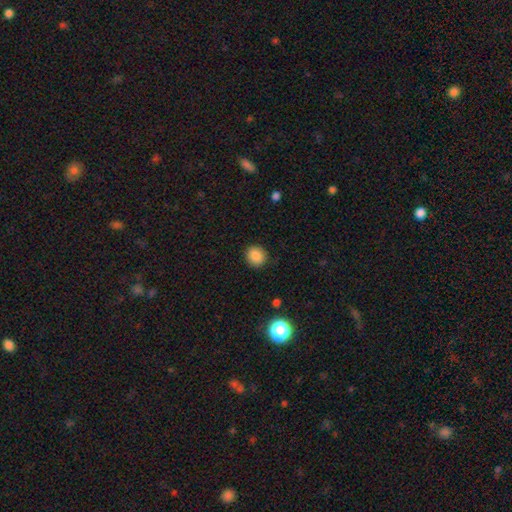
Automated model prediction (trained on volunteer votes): Smooth or featured?
  - smooth: 86% *
  - star or artifact: 10%
  - featured or disk: 4%
How rounded?
  - round: 83% *
  - in between: 16%
  - cigar-shaped: 1%
Merging?
  - none: 89% *
  - minor disturbance: 7%
  - major disturbance: 2%
  - merger: 1%